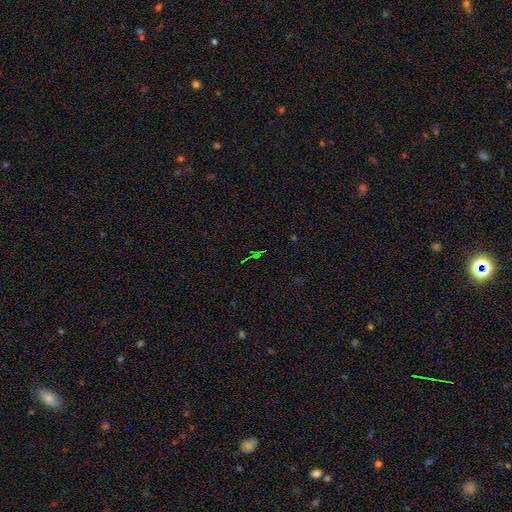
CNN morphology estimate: A star or artifact, not a galaxy (73%).

Vote fractions:
- Smooth or featured? star or artifact: 73% / smooth: 16% / featured or disk: 11%